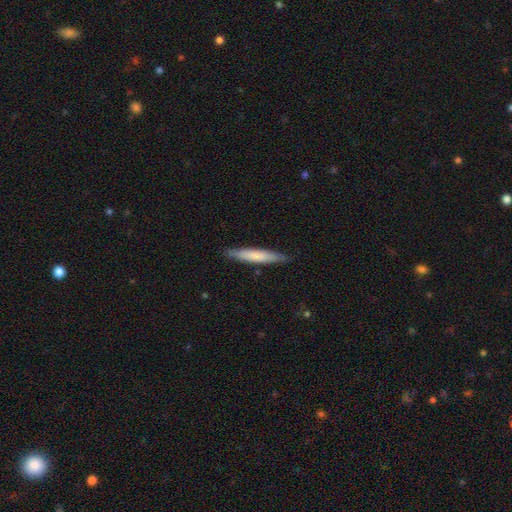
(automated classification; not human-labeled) Smooth or featured? Predicted: smooth (p=0.67). How rounded? Predicted: cigar-shaped (p=0.92). Merging? Predicted: none (p=0.88).